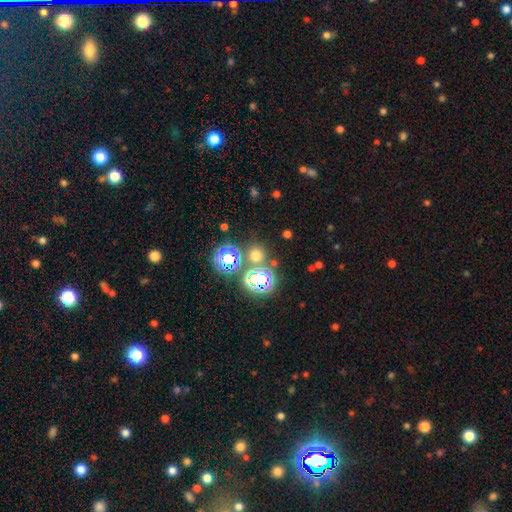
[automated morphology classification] A smooth galaxy with no disk features (55%) that is round (88%). Merging: none (78%).